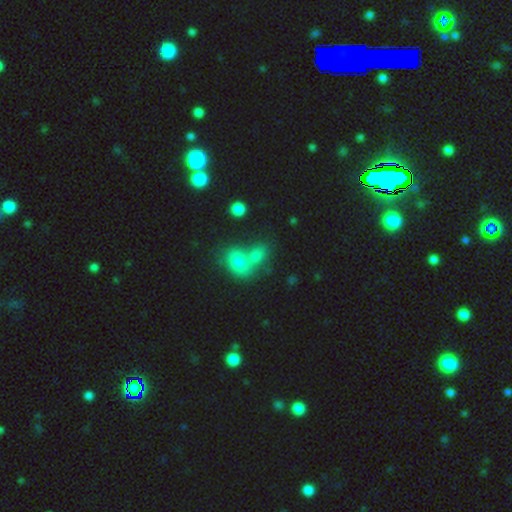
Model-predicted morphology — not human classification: type=smooth (73%); roundness=in between (65%); merging=merger (61%).